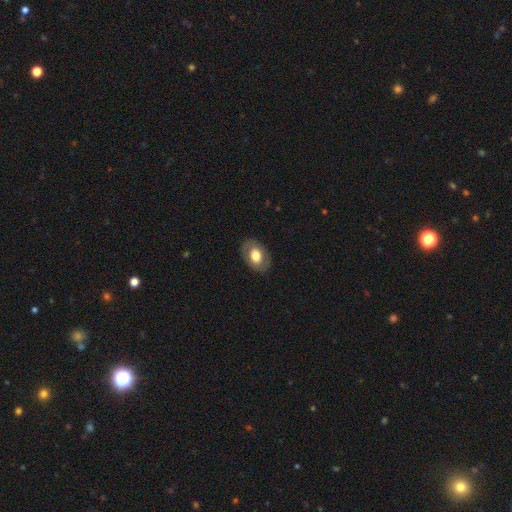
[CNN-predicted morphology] smooth 63%, featured or disk 30%, star or artifact 7%. Down the decision tree: how rounded — in between (79%); merging — none (83%).